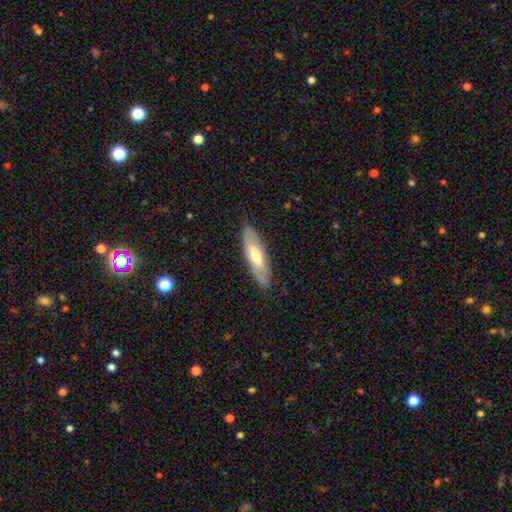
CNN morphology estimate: Smooth or featured?
  - smooth: 50% *
  - featured or disk: 45%
  - star or artifact: 6%
Merging?
  - none: 86% *
  - minor disturbance: 11%
  - major disturbance: 2%
  - merger: 1%